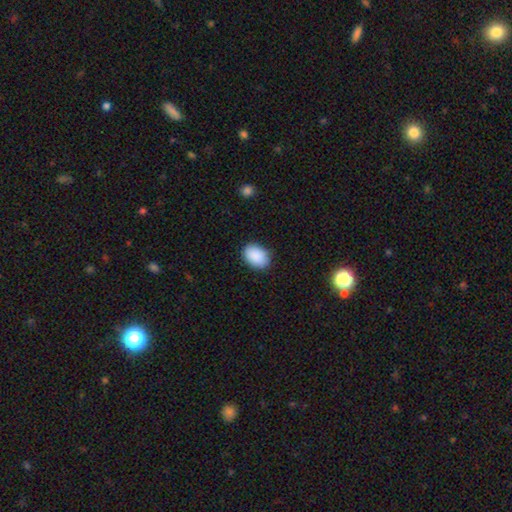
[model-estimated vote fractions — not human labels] A smooth galaxy with no disk features (90%) that is in between round and cigar-shaped (78%). Merging: none (86%).